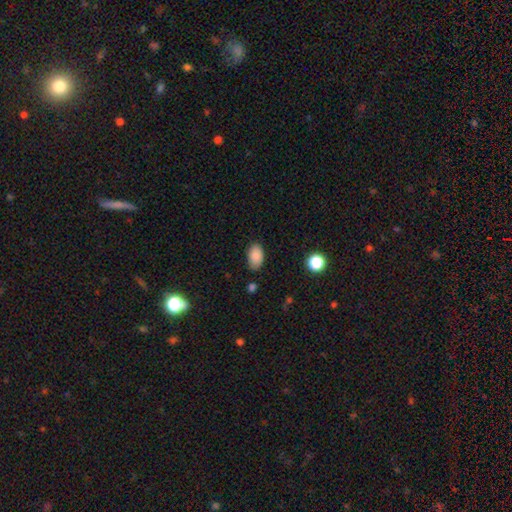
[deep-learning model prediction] A smooth galaxy with no disk features (87%) that is in between round and cigar-shaped (92%).

Vote fractions:
- Smooth or featured? smooth: 87% / star or artifact: 8% / featured or disk: 5%
- How rounded? in between: 92% / round: 6% / cigar-shaped: 2%
- Merging? none: 79% / minor disturbance: 16% / major disturbance: 3% / merger: 2%